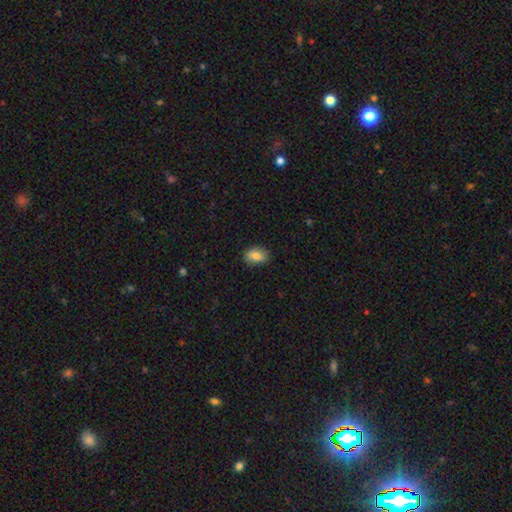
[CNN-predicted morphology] Smooth or featured? smooth (85%)
How rounded? in between (84%)
Merging? none (84%)